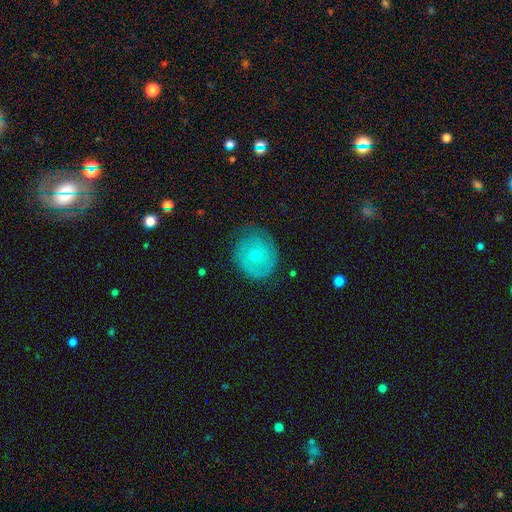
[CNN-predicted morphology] Q: Smooth or featured?
A: featured or disk (52%); runner-up: smooth (41%)
Q: Edge-on disk?
A: no (97%); runner-up: yes (3%)
Q: Bar?
A: no (81%); runner-up: weak (16%)
Q: Spiral arms?
A: yes (70%); runner-up: no (30%)
Q: Bulge size?
A: small (58%); runner-up: moderate (38%)
Q: Merging?
A: none (67%); runner-up: minor disturbance (23%)